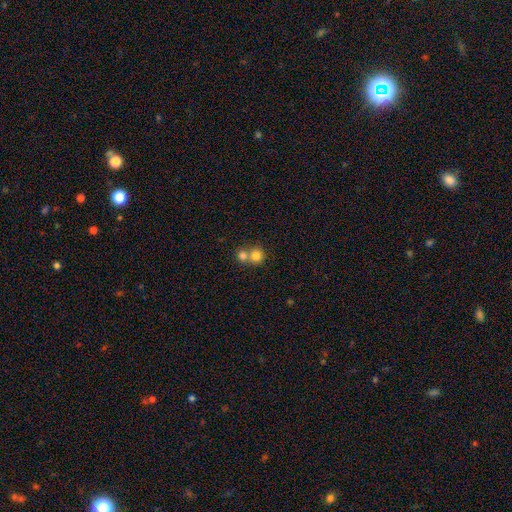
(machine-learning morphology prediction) The model was most divided on "merging": merger: 51%, none: 42%, minor disturbance: 5%, major disturbance: 2%. More confident: how rounded — round (89%); smooth or featured — smooth (80%).